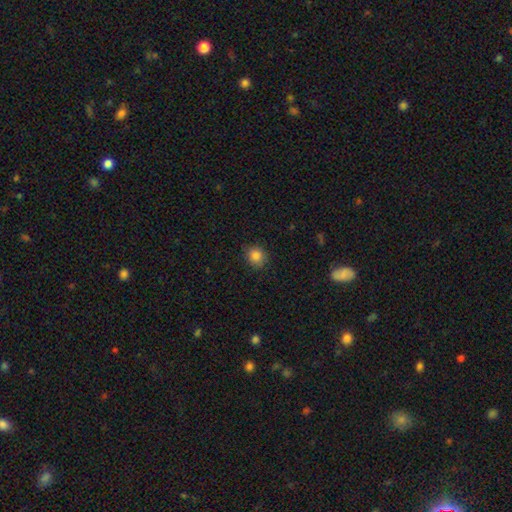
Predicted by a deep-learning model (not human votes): A smooth galaxy with no disk features (86%) that is round (82%).

Vote fractions:
- Smooth or featured? smooth: 86% / star or artifact: 10% / featured or disk: 4%
- How rounded? round: 82% / in between: 17% / cigar-shaped: 1%
- Merging? none: 84% / minor disturbance: 12% / major disturbance: 3% / merger: 1%